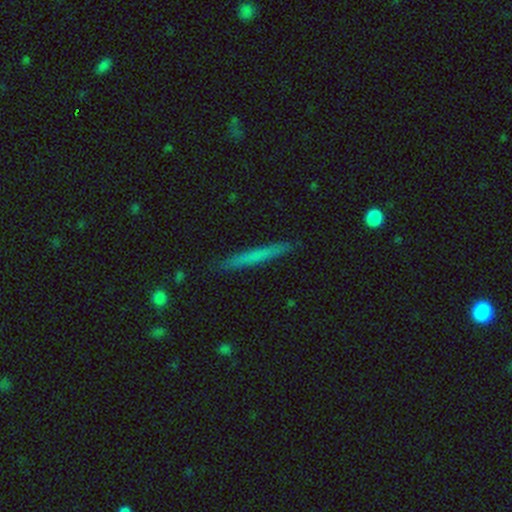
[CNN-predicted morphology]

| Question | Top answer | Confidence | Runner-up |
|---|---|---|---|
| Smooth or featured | smooth | 62% | featured or disk (32%) |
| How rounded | cigar-shaped | 96% | in between (2%) |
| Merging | none | 91% | minor disturbance (7%) |